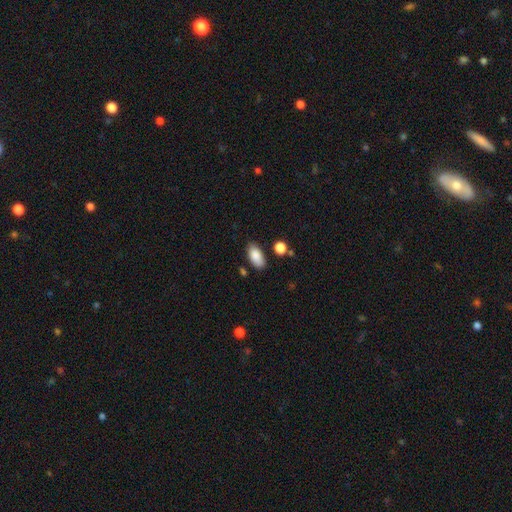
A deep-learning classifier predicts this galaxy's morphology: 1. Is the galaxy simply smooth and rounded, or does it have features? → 87% smooth, 7% star or artifact, 6% featured or disk.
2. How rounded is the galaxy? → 92% in between, 4% round, 4% cigar-shaped.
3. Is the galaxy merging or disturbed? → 78% none, 15% minor disturbance, 4% merger, 3% major disturbance.